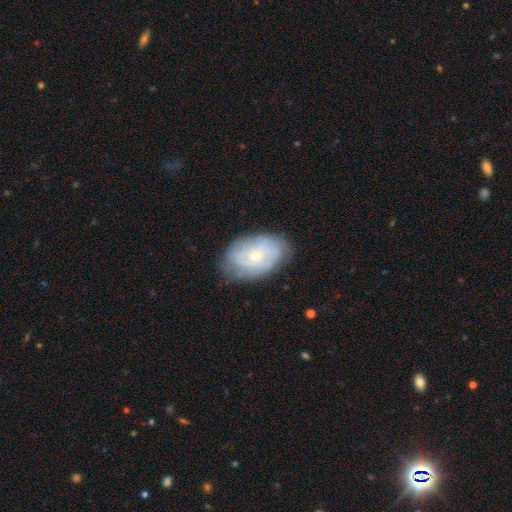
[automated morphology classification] This appears to be a featured or disk galaxy (56%) with no bar (76%), spiral arms (76%) and a small central bulge (65%). Merging: none (73%).